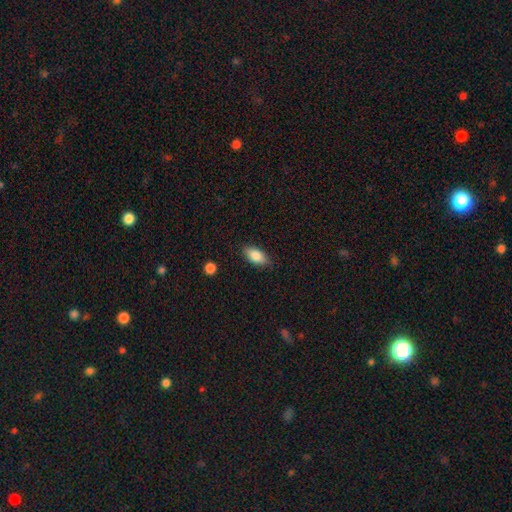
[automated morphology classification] smooth 84%, featured or disk 9%, star or artifact 7%. Down the decision tree: how rounded — in between (89%); merging — none (84%).